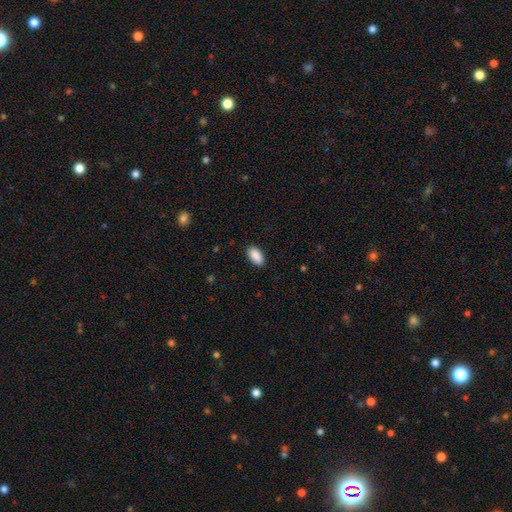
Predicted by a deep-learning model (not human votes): This appears to be a smooth galaxy with no disk features (91%) that is in between round and cigar-shaped (95%). Merging: none (89%).